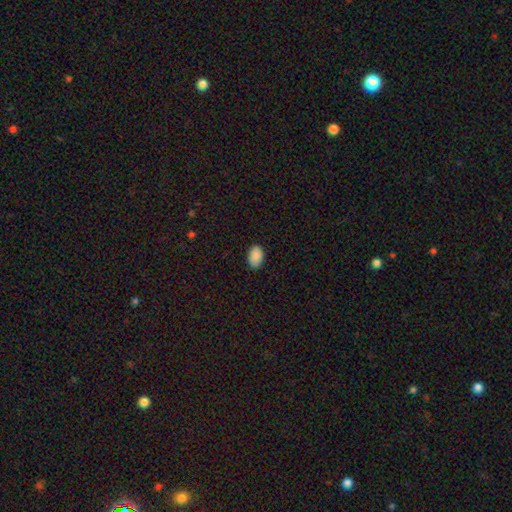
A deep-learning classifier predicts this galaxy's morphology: Smooth or featured? Predicted: smooth (p=0.89). How rounded? Predicted: in between (p=0.90). Merging? Predicted: none (p=0.86).